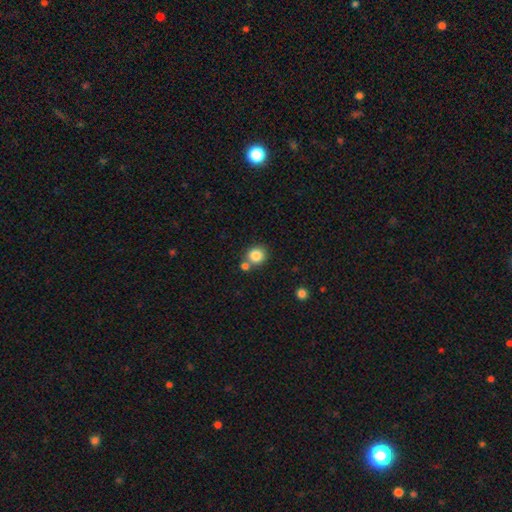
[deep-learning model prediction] Smooth or featured?
  - smooth: 84% *
  - star or artifact: 10%
  - featured or disk: 6%
How rounded?
  - round: 86% *
  - in between: 13%
  - cigar-shaped: 1%
Merging?
  - none: 66% *
  - merger: 23%
  - minor disturbance: 9%
  - major disturbance: 3%